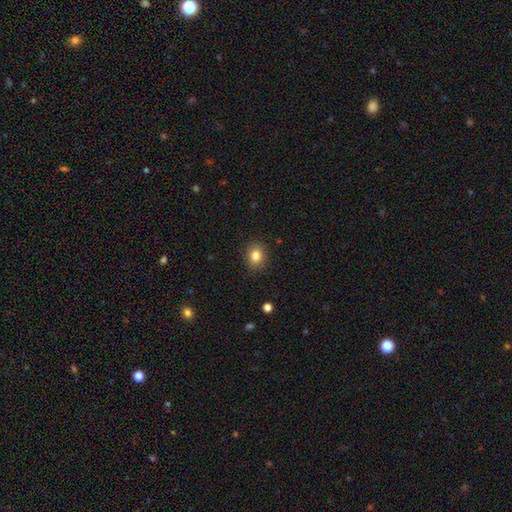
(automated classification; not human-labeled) This appears to be a smooth galaxy with no disk features (83%) that is round (61%). Merging: none (89%).